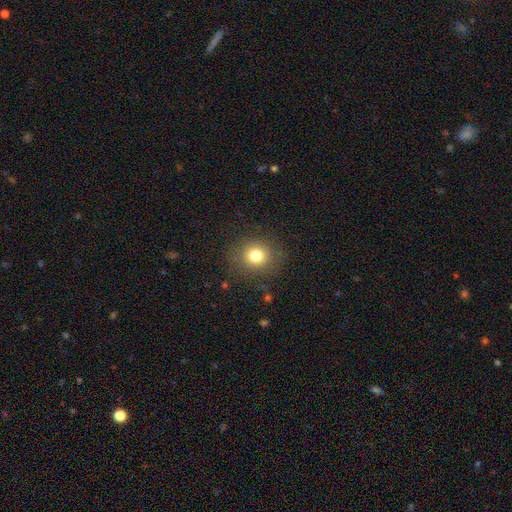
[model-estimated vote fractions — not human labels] smooth-or-featured: smooth: 78% | star or artifact: 13% | featured or disk: 9%
  how-rounded: round: 85% | in between: 14% | cigar-shaped: 1%
  merging: none: 86% | minor disturbance: 9% | major disturbance: 4% | merger: 1%